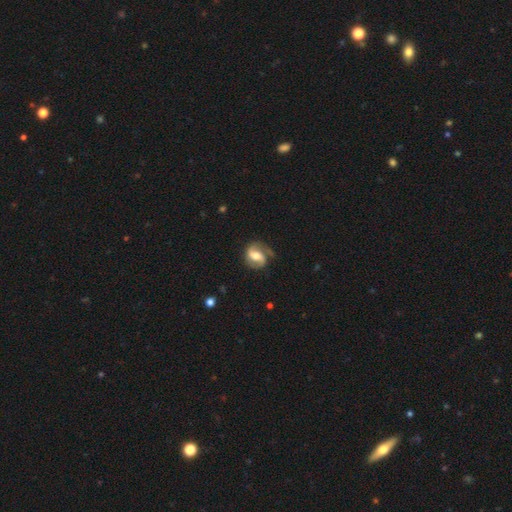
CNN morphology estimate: Smooth or featured?
  - featured or disk: 74% *
  - smooth: 20%
  - star or artifact: 6%
Edge-on disk?
  - no: 97% *
  - yes: 3%
Bar?
  - weak: 44% *
  - no: 29%
  - strong: 27%
Spiral arms?
  - yes: 93% *
  - no: 7%
Spiral winding?
  - medium: 47% *
  - loose: 32%
  - tight: 22%
Spiral arm count?
  - 2: 79% *
  - 1: 12%
  - can't tell: 5%
  - 3: 2%
  - 4: 1%
  - more than 4: 1%
Bulge size?
  - moderate: 56% *
  - large: 22%
  - small: 16%
  - none: 3%
  - dominant: 2%
Merging?
  - none: 65% *
  - minor disturbance: 21%
  - major disturbance: 12%
  - merger: 2%